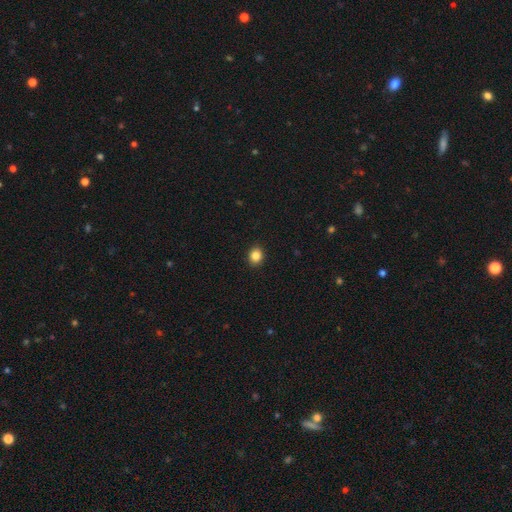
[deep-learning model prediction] smooth_or_featured: smooth (p=0.85) [alt: star or artifact p=0.10]
how_rounded: round (p=0.69) [alt: in between p=0.31]
merging: none (p=0.91) [alt: minor disturbance p=0.06]